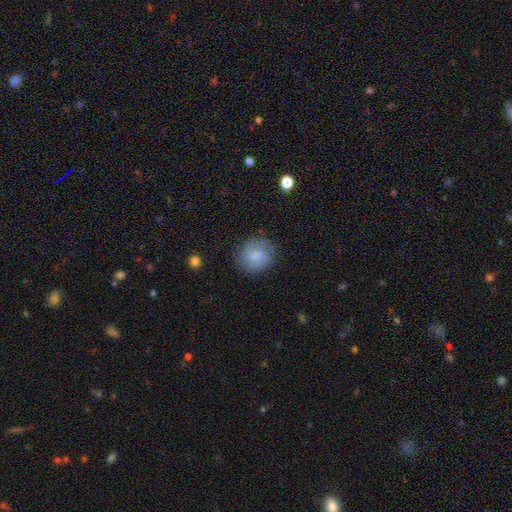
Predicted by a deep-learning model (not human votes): Smooth or featured? Predicted: smooth (p=0.64). How rounded? Predicted: round (p=0.85). Merging? Predicted: none (p=0.76).